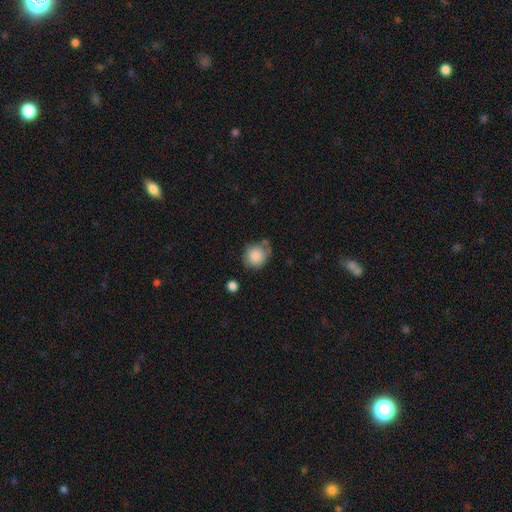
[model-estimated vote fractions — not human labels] Smooth or featured? Predicted: smooth (p=0.85). How rounded? Predicted: round (p=0.82). Merging? Predicted: none (p=0.60).